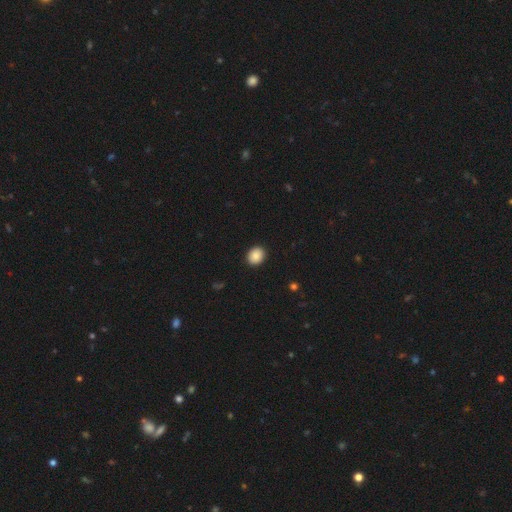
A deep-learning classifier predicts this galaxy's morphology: smooth-or-featured: smooth: 88% | star or artifact: 8% | featured or disk: 4%
  how-rounded: round: 63% | in between: 37% | cigar-shaped: 1%
  merging: none: 92% | minor disturbance: 6% | major disturbance: 2% | merger: 1%